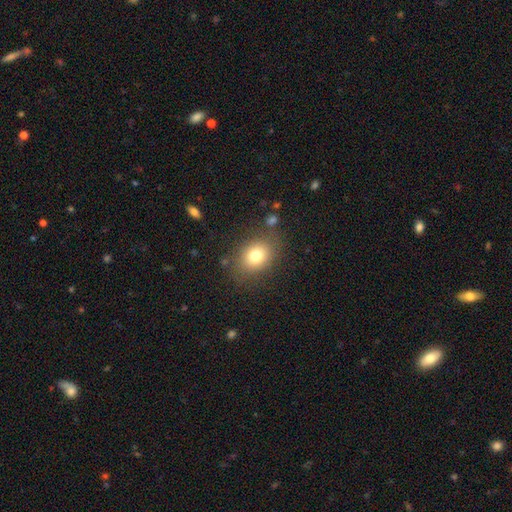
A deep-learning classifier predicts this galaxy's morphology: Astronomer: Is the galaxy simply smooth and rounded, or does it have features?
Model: smooth — 78%.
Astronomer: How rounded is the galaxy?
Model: in between — 58% (runner-up: round, 41%).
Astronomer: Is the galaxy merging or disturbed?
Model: none — 79%.